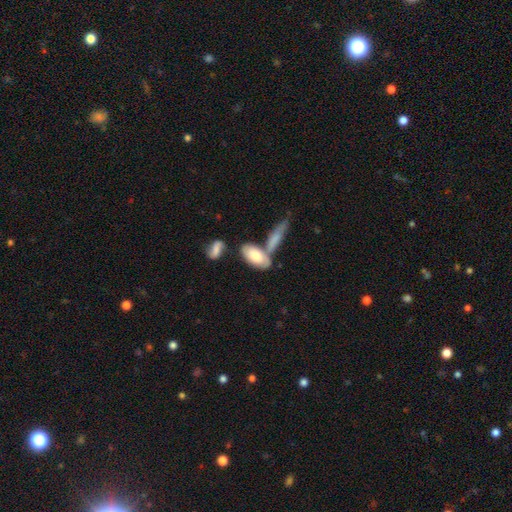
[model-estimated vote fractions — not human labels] This appears to be a smooth galaxy with no disk features (69%) that is in between round and cigar-shaped (85%). Merging: none (46%).